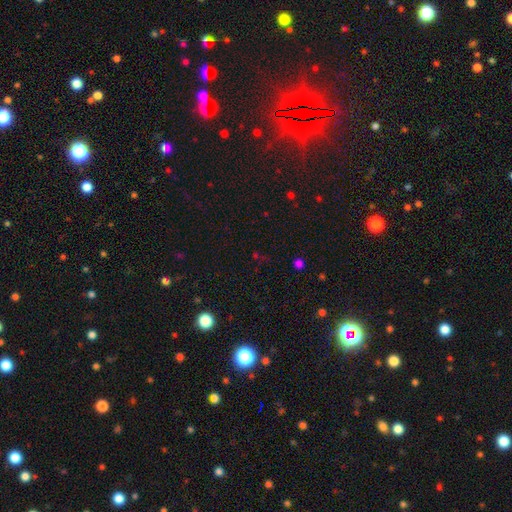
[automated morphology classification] The model was most divided on "smooth or featured": star or artifact: 61%, smooth: 31%, featured or disk: 7%.